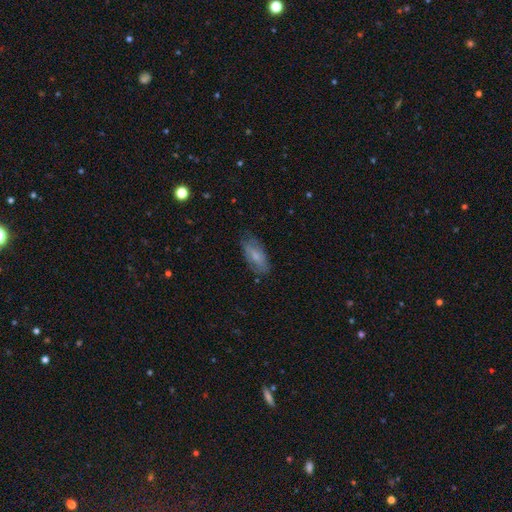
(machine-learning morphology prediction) This appears to be a smooth galaxy with no disk features (62%) that is in between round and cigar-shaped (84%). Merging: none (72%).